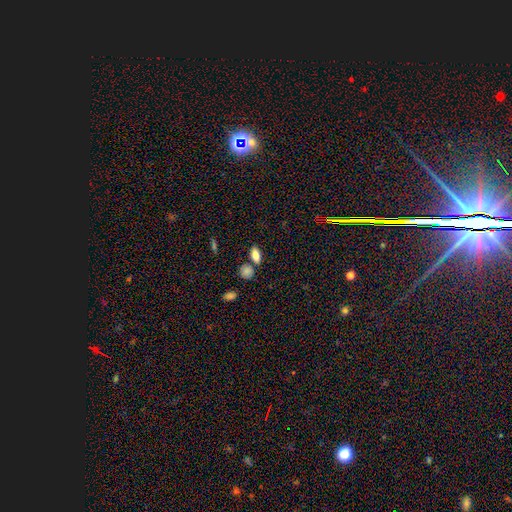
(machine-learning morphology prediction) Overall: smooth (77%). How rounded: in between (80%). Merging: none (74%).